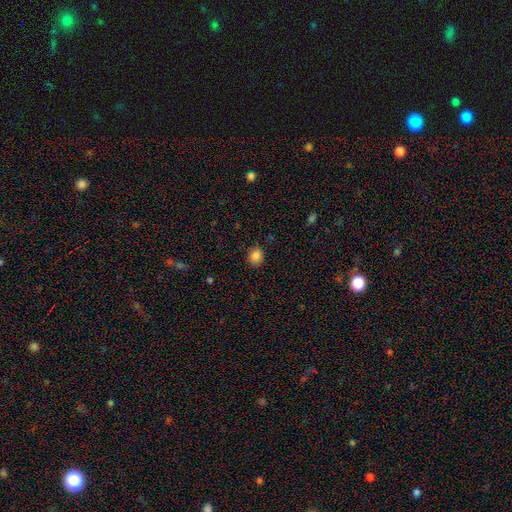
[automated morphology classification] Smooth or featured? Predicted: smooth (p=0.85). How rounded? Predicted: round (p=0.66). Merging? Predicted: none (p=0.87).